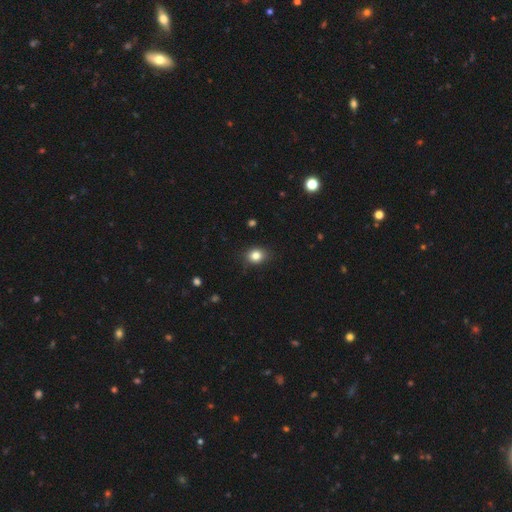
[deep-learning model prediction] A smooth galaxy with no disk features (82%) that is round (60%).

Vote fractions:
- Smooth or featured? smooth: 82% / star or artifact: 11% / featured or disk: 6%
- How rounded? round: 60% / in between: 39% / cigar-shaped: 1%
- Merging? none: 83% / minor disturbance: 13% / major disturbance: 3% / merger: 1%